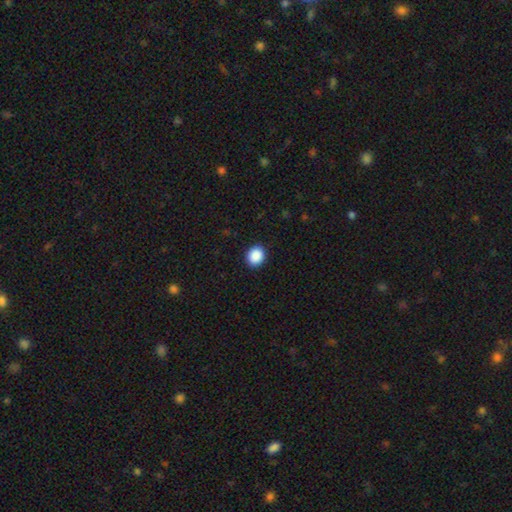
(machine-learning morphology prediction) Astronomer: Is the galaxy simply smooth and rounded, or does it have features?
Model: smooth — 89%.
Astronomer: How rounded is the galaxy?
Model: round — 73%.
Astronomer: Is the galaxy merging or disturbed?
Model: none — 92%.